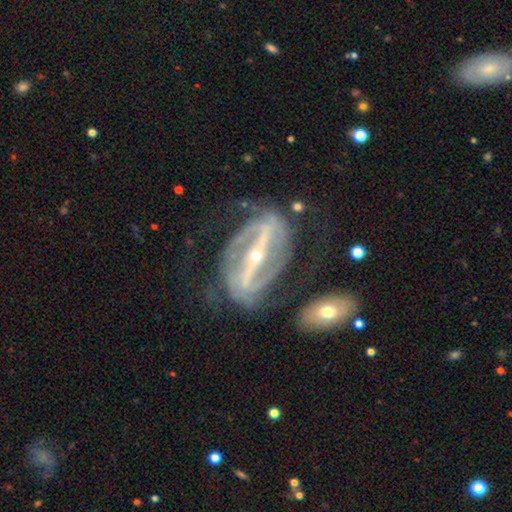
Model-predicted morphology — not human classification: type=featured or disk (90%); edge-on=no (91%); bar=strong (84%); spiral arms=yes (93%); winding=medium (43%); arm count=2 (75%); bulge=small (69%); merging=none (62%).